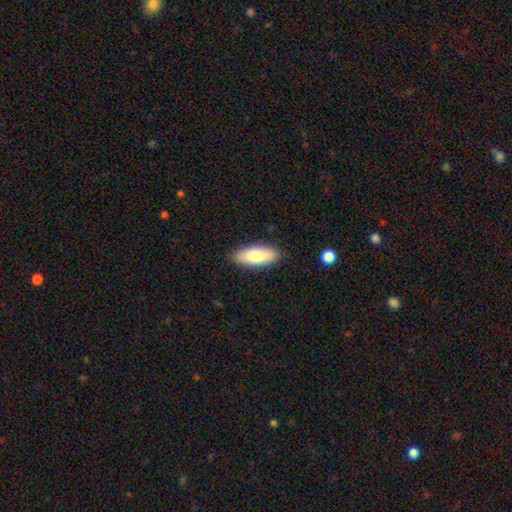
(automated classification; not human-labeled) This appears to be a smooth galaxy with no disk features (79%) that is in between round and cigar-shaped (77%). Merging: none (88%).